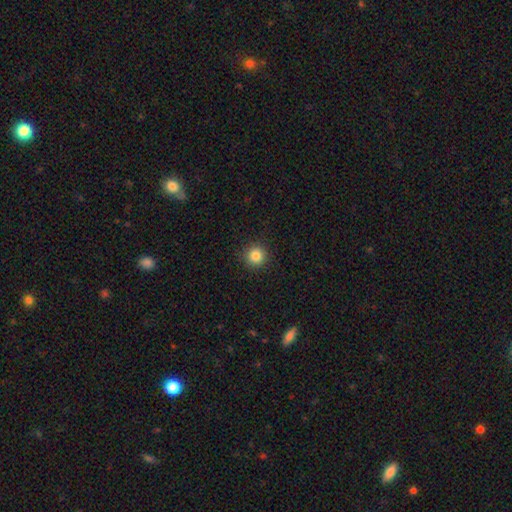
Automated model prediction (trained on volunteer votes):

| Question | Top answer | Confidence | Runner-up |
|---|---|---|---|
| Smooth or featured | smooth | 85% | star or artifact (11%) |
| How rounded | round | 95% | in between (4%) |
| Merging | none | 92% | minor disturbance (5%) |